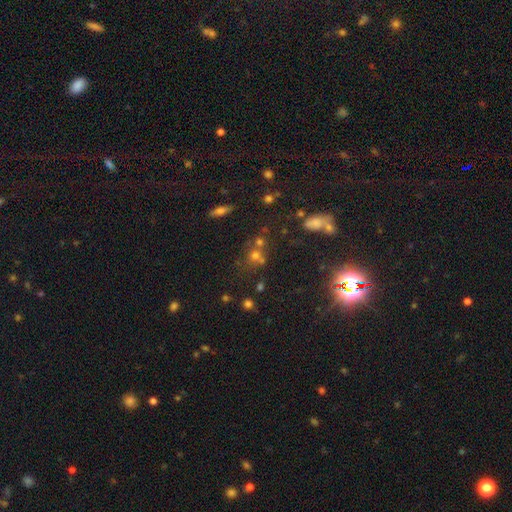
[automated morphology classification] Q: Smooth or featured?
A: smooth (52%); runner-up: star or artifact (33%)
Q: How rounded?
A: round (77%); runner-up: in between (21%)
Q: Merging?
A: none (52%); runner-up: merger (32%)